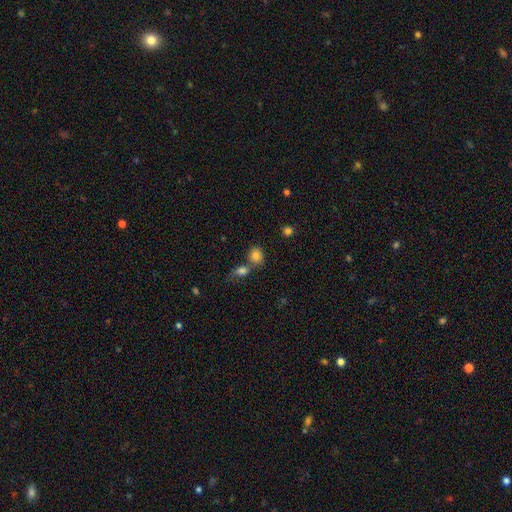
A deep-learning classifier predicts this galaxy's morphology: smooth 82%, star or artifact 10%, featured or disk 7%. Down the decision tree: how rounded — round (61%); merging — none (53%).